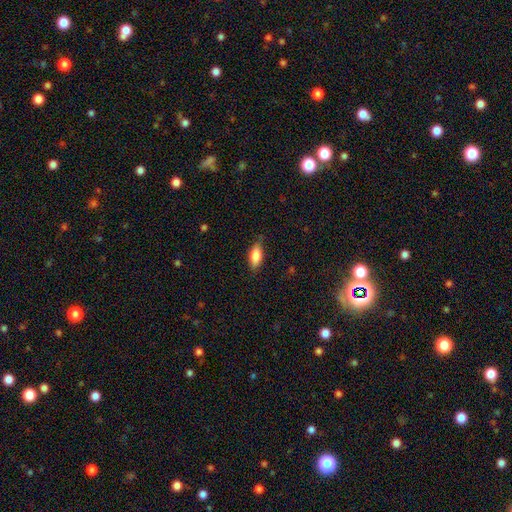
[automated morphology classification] Q: Smooth or featured?
A: smooth (81%); runner-up: featured or disk (13%)
Q: How rounded?
A: in between (82%); runner-up: cigar-shaped (15%)
Q: Merging?
A: none (78%); runner-up: minor disturbance (17%)